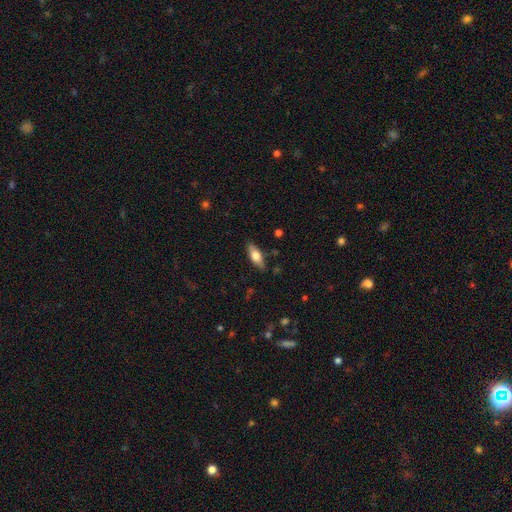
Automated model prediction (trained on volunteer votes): smooth 59%, featured or disk 34%, star or artifact 6%. Down the decision tree: how rounded — in between (64%); merging — none (85%).